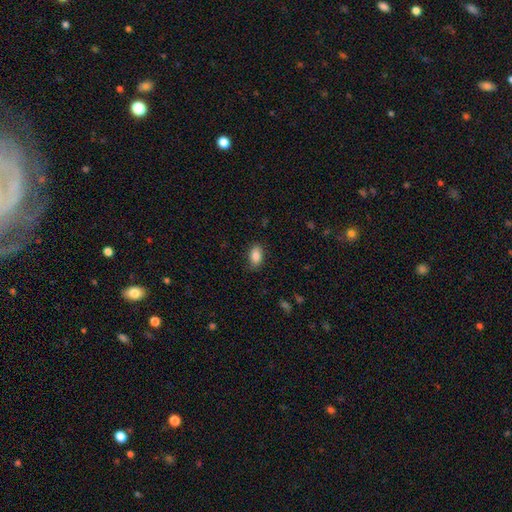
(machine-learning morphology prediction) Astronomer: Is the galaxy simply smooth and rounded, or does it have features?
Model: smooth — 86%.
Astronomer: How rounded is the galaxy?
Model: in between — 90%.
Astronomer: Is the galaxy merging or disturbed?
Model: none — 84%.